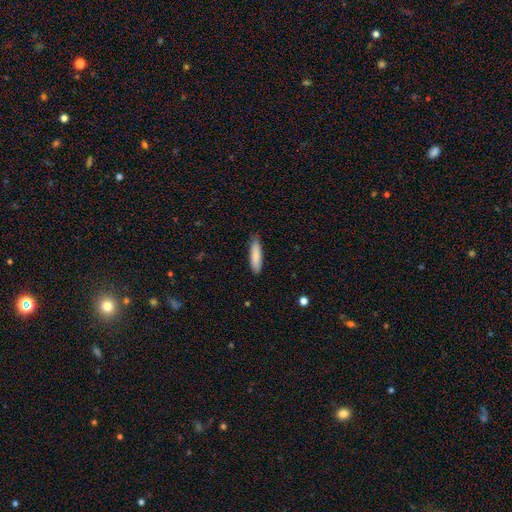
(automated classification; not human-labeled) Smooth or featured? smooth (86%)
How rounded? cigar-shaped (69%)
Merging? none (84%)